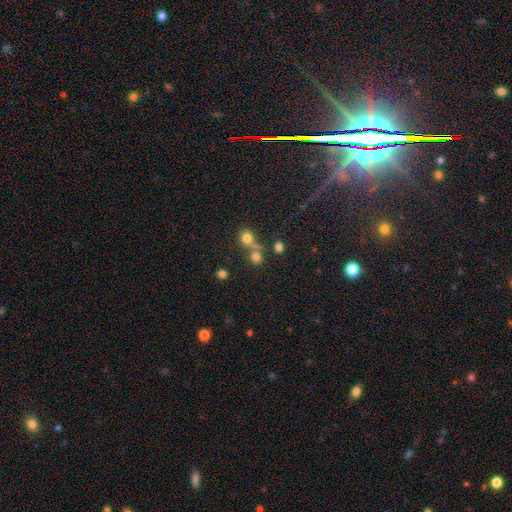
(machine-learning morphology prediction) This appears to be a smooth galaxy with no disk features (62%) that is round (85%). Merging: none (49%).